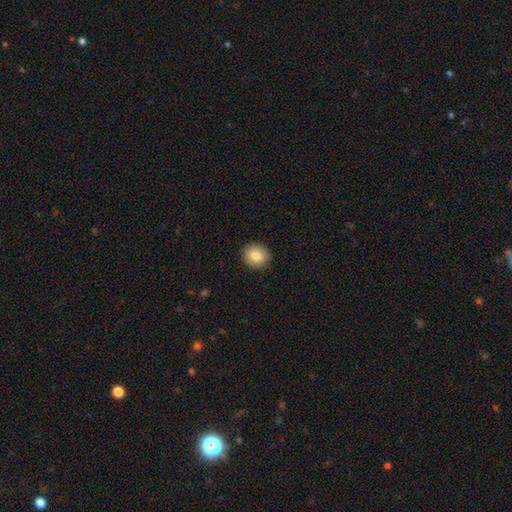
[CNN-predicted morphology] smooth 85%, star or artifact 8%, featured or disk 7%. Down the decision tree: how rounded — round (82%); merging — none (91%).